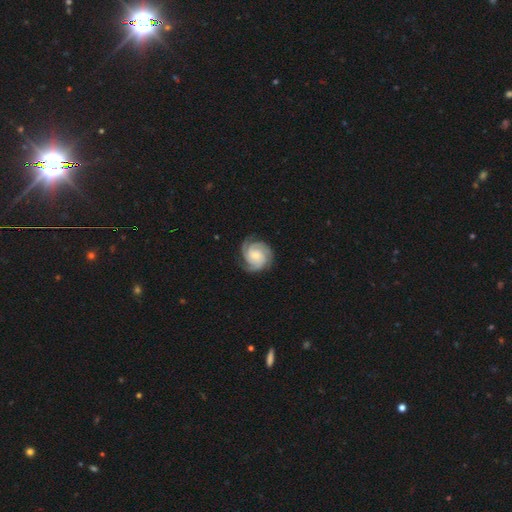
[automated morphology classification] Q: Smooth or featured?
A: featured or disk (89%); runner-up: smooth (7%)
Q: Edge-on disk?
A: no (98%); runner-up: yes (2%)
Q: Bar?
A: no (68%); runner-up: weak (26%)
Q: Spiral arms?
A: yes (99%); runner-up: no (1%)
Q: Spiral winding?
A: tight (71%); runner-up: medium (26%)
Q: Spiral arm count?
A: 3 (58%); runner-up: 4 (14%)
Q: Bulge size?
A: small (57%); runner-up: moderate (33%)
Q: Merging?
A: none (82%); runner-up: minor disturbance (13%)